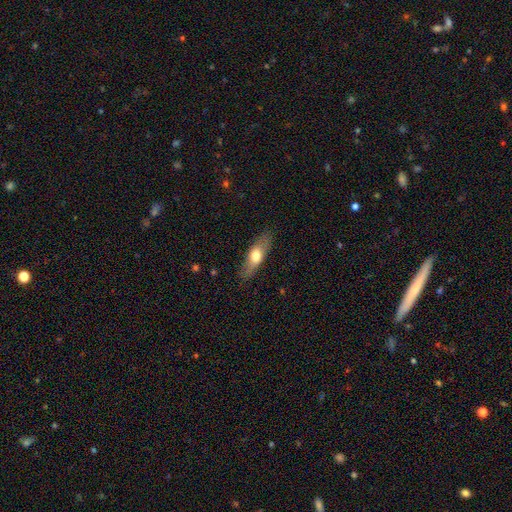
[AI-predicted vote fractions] A smooth galaxy with no disk features (61%) that is in between round and cigar-shaped (51%).

Vote fractions:
- Smooth or featured? smooth: 61% / featured or disk: 34% / star or artifact: 6%
- How rounded? in between: 51% / cigar-shaped: 46% / round: 3%
- Merging? none: 84% / minor disturbance: 12% / major disturbance: 3% / merger: 1%